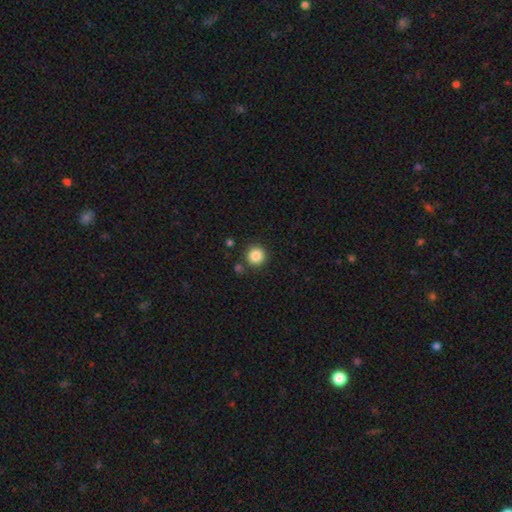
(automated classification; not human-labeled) This appears to be a smooth galaxy with no disk features (86%) that is round (94%). Merging: none (86%).